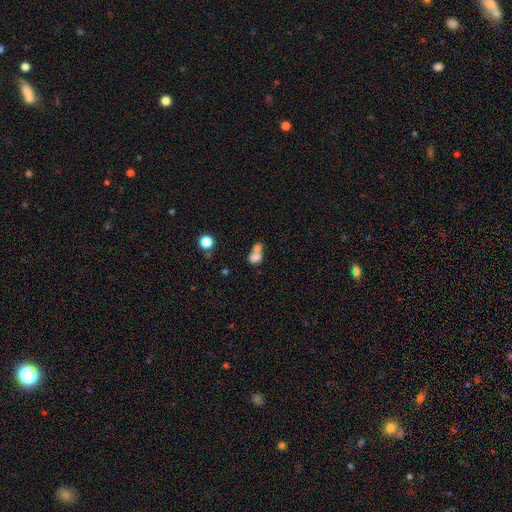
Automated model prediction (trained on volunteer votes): Q: Smooth or featured?
A: smooth (73%); runner-up: featured or disk (16%)
Q: How rounded?
A: in between (59%); runner-up: round (39%)
Q: Merging?
A: merger (66%); runner-up: none (21%)